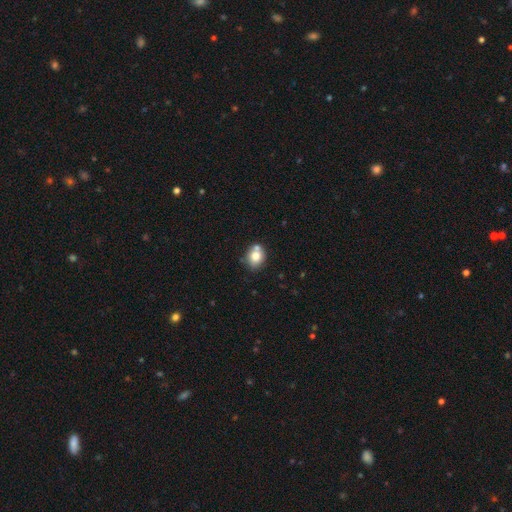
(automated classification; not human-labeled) This is likely a smooth galaxy (78%). How rounded: likely round (61%). Merging: likely none (62%).